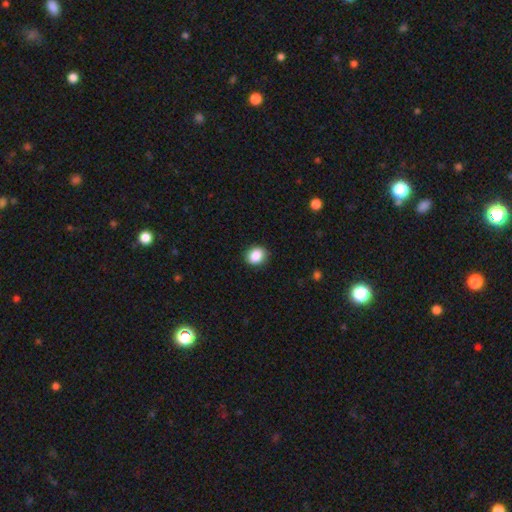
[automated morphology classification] smooth 88%, star or artifact 9%, featured or disk 4%. Down the decision tree: how rounded — round (63%); merging — none (89%).